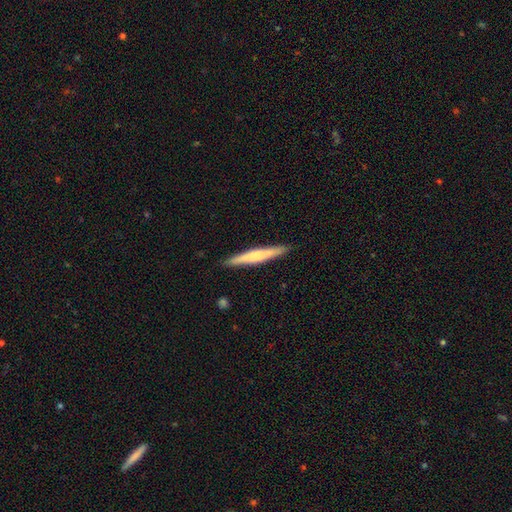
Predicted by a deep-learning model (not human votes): Overall: smooth (51%; featured or disk 43%). How rounded: cigar-shaped (95%). Merging: none (91%).